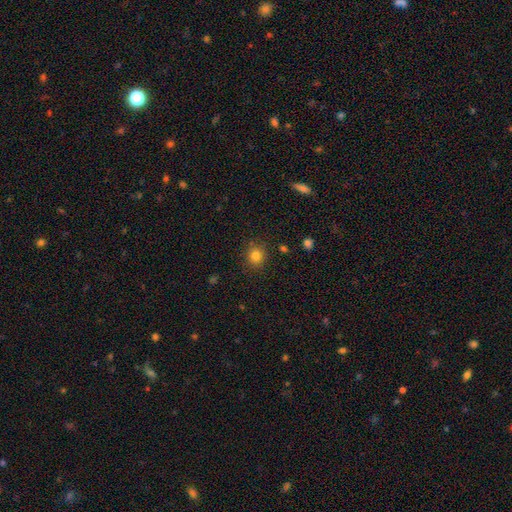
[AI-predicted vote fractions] A smooth galaxy with no disk features (82%) that is round (84%).

Vote fractions:
- Smooth or featured? smooth: 82% / star or artifact: 13% / featured or disk: 6%
- How rounded? round: 84% / in between: 16% / cigar-shaped: 1%
- Merging? none: 87% / minor disturbance: 8% / major disturbance: 3% / merger: 2%